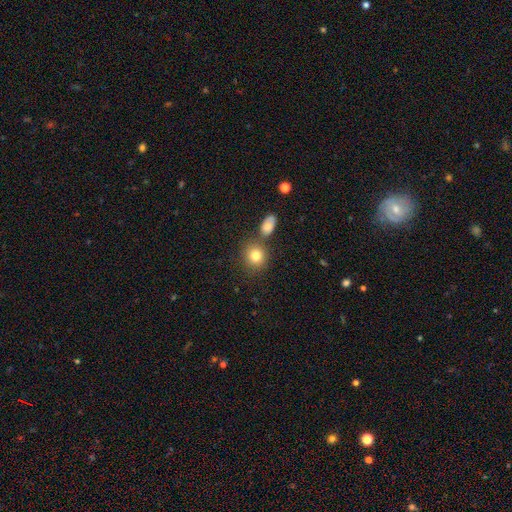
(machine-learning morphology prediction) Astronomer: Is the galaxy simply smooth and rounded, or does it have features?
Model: smooth — 81%.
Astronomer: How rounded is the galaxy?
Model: round — 81%.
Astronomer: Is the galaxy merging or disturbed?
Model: none — 70%.